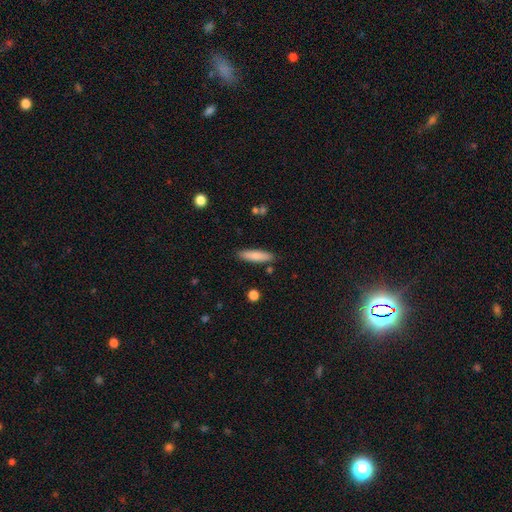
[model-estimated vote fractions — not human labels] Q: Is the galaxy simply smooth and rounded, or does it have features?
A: smooth — 80%.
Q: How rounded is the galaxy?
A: cigar-shaped — 74%.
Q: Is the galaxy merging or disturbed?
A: none — 86%.